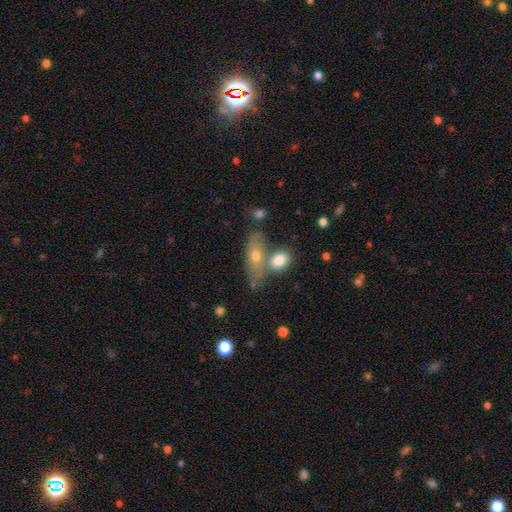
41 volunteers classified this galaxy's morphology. Smooth or featured? 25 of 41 (61%) said featured or disk. Edge-on disk? 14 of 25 (56%) said no. Bar? 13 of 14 (93%) said no. Spiral arms? 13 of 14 (93%) said no. Bulge size? 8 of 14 (57%) said moderate. Merging? 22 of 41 (54%) said none.